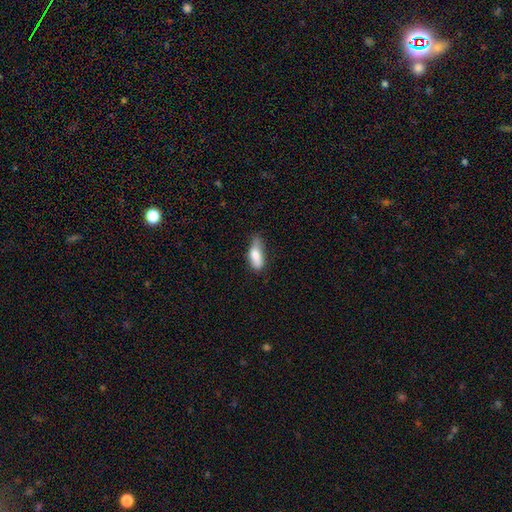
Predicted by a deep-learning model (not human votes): A smooth galaxy with no disk features (77%) that is in between round and cigar-shaped (71%).

Vote fractions:
- Smooth or featured? smooth: 77% / featured or disk: 16% / star or artifact: 7%
- How rounded? in between: 71% / cigar-shaped: 26% / round: 3%
- Merging? none: 43% / minor disturbance: 41% / major disturbance: 14% / merger: 3%